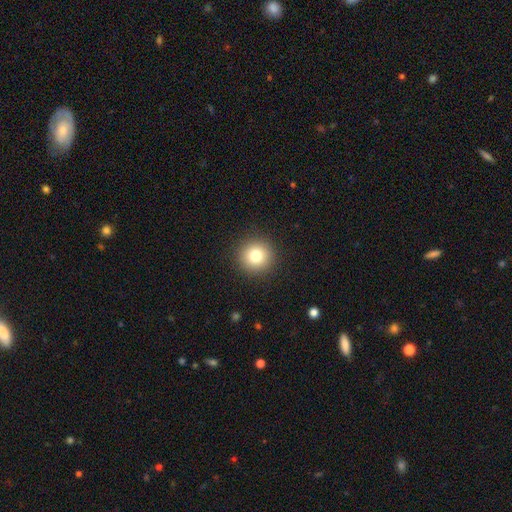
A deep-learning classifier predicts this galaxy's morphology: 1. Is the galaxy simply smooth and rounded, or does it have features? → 80% smooth, 11% star or artifact, 9% featured or disk.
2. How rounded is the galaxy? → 94% round, 5% in between, 1% cigar-shaped.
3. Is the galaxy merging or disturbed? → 92% none, 5% minor disturbance, 2% major disturbance, 1% merger.